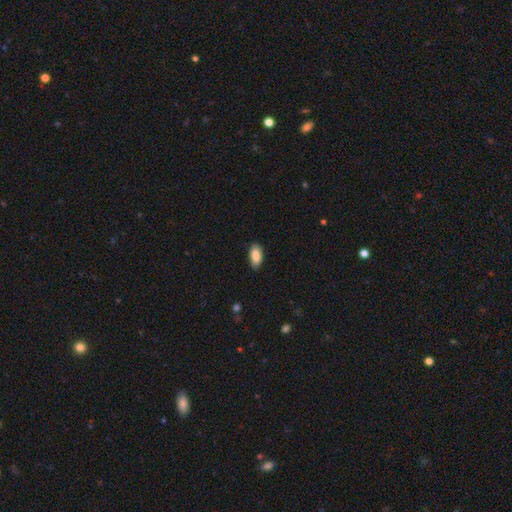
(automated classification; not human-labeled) Morphology: type=smooth (87%); roundness=in between (90%); merging=none (85%).